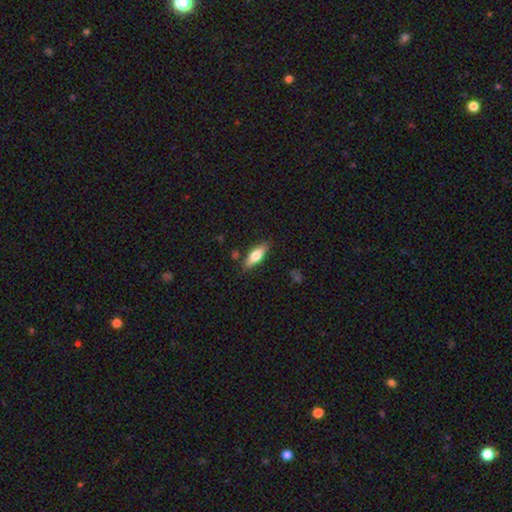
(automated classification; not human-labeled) Q: Smooth or featured?
A: smooth (63%); runner-up: featured or disk (31%)
Q: How rounded?
A: in between (54%); runner-up: cigar-shaped (43%)
Q: Merging?
A: none (83%); runner-up: minor disturbance (12%)